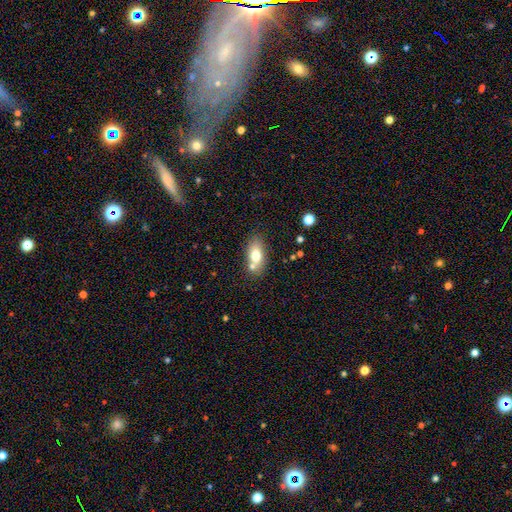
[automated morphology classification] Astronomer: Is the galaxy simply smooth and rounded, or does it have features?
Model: smooth — 71%.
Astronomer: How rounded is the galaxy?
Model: in between — 84%.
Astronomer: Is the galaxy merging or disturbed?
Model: none — 62%.